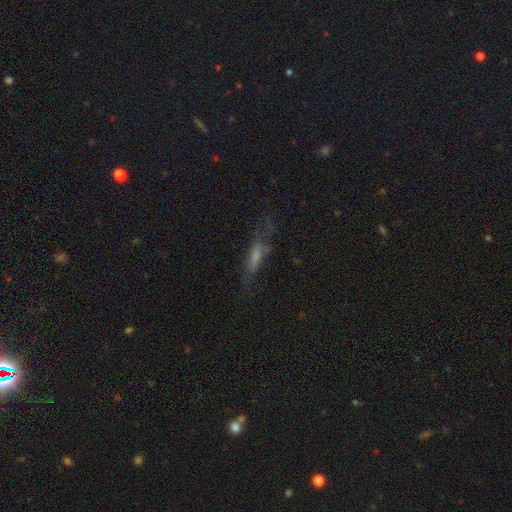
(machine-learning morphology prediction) Smooth or featured? Predicted: smooth (p=0.55). How rounded? Predicted: cigar-shaped (p=0.61). Merging? Predicted: none (p=0.41).